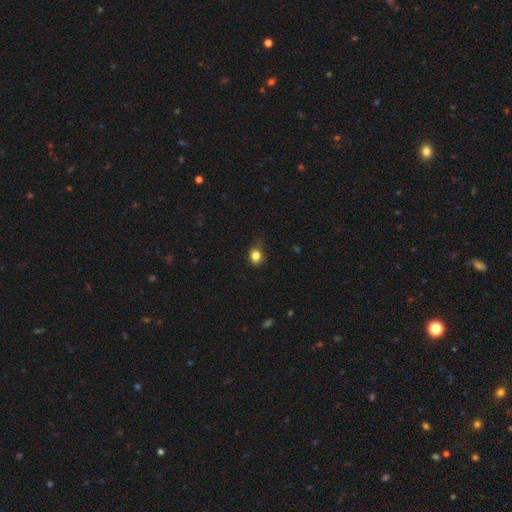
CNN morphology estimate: Smooth or featured: smooth — 82% (star or artifact — 12%)
How rounded: round — 62% (in between — 37%)
Merging: none — 60% (minor disturbance — 30%)